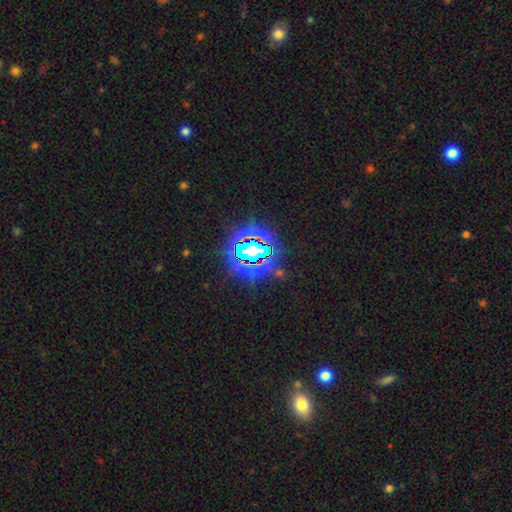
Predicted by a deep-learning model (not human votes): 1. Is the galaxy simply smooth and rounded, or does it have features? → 75% star or artifact, 15% smooth, 11% featured or disk.